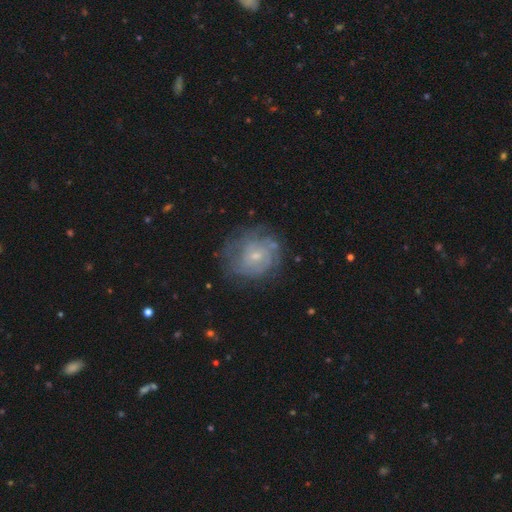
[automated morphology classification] This is likely a featured or disk galaxy (70%). It is clearly not viewed edge-on (97%). Bar: likely no (61%). Spiral arm pattern: clearly yes (82%). Spiral arm count: possibly can't tell (53%). Spiral winding: likely tight (64%). Central bulge: likely small (67%). Merging: likely none (69%).